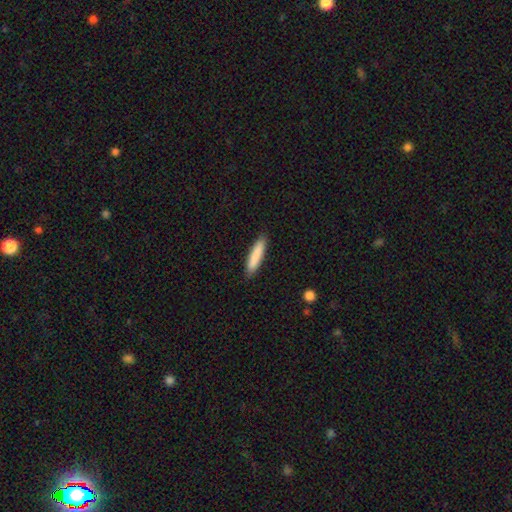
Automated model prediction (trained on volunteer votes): Overall: smooth (86%). How rounded: cigar-shaped (85%). Merging: none (90%).